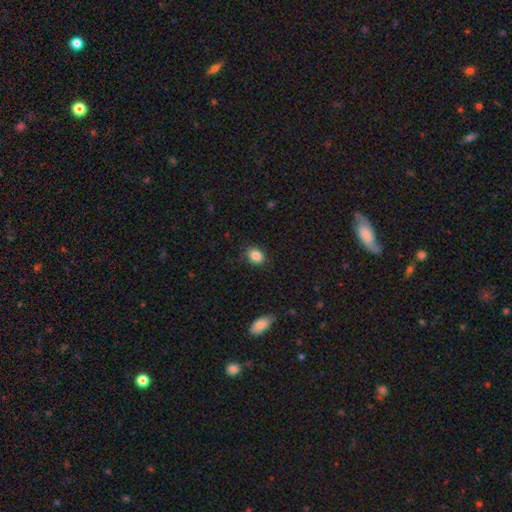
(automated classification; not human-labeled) The model was most divided on "how rounded": in between: 53%, round: 46%, cigar-shaped: 1%. More confident: smooth or featured — smooth (86%); merging — none (83%).